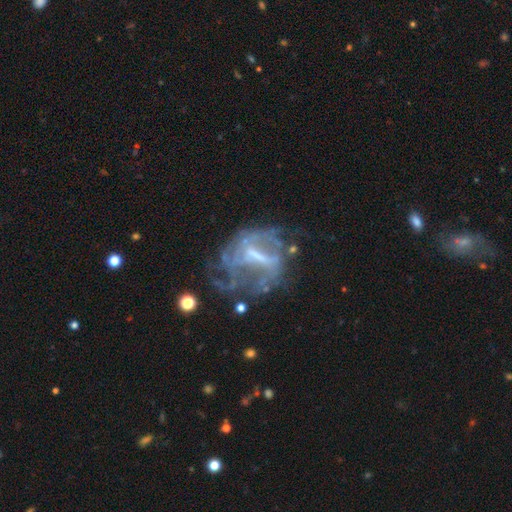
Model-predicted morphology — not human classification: A featured or disk galaxy (79%) with a strong bar (44%), medium (39%) spiral arms (69%) and a small central bulge (33%).

Vote fractions:
- Smooth or featured? featured or disk: 79% / star or artifact: 11% / smooth: 10%
- Edge-on disk? no: 95% / yes: 5%
- Bar? strong: 44% / weak: 41% / no: 16%
- Spiral arms? yes: 69% / no: 31%
- Spiral winding? medium: 39% / tight: 34% / loose: 27%
- Spiral arm count? can't tell: 51% / 2: 20% / 3: 11% / 4: 8% / 1: 6% / more than 4: 5%
- Bulge size? small: 33% / moderate: 32% / none: 29% / large: 4% / dominant: 1%
- Merging? none: 44% / major disturbance: 31% / minor disturbance: 20% / merger: 5%